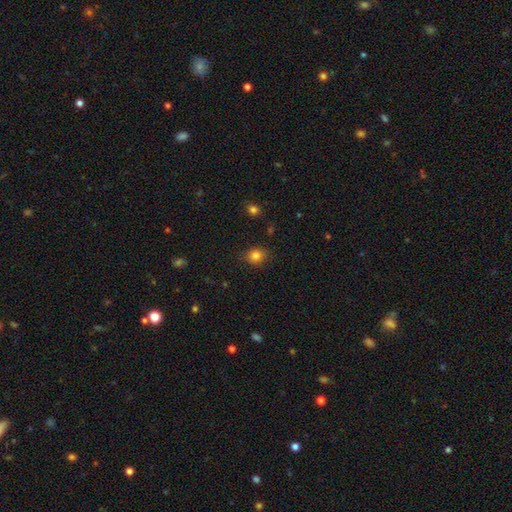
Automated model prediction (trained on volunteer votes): Smooth or featured: smooth — 83% (star or artifact — 12%)
How rounded: round — 68% (in between — 31%)
Merging: none — 84% (minor disturbance — 11%)